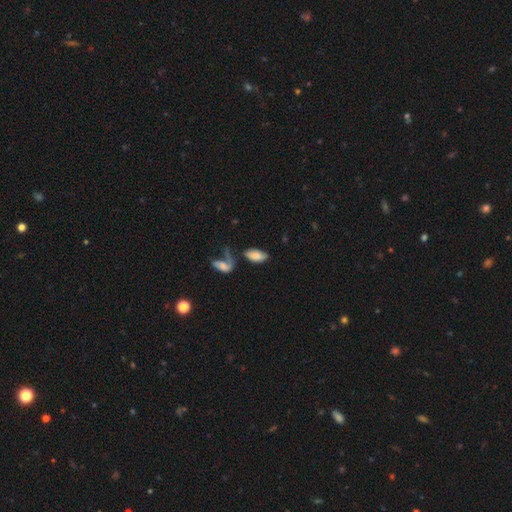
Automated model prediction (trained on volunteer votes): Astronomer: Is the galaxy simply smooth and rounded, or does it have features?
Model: smooth — 78%.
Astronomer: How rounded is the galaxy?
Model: in between — 94%.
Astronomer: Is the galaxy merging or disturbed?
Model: none — 50%.